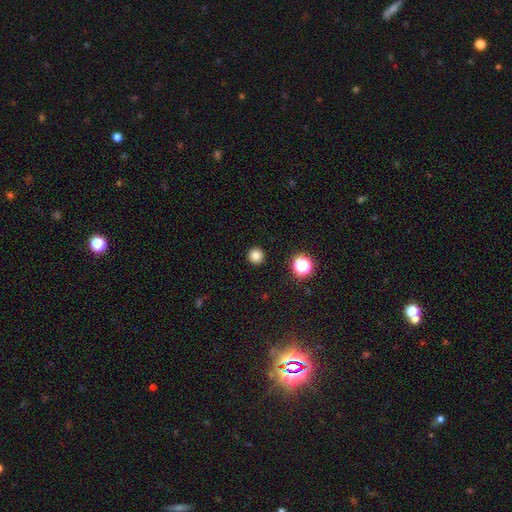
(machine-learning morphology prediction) smooth_or_featured: smooth (p=0.82) [alt: star or artifact p=0.14]
how_rounded: round (p=0.96) [alt: in between p=0.03]
merging: none (p=0.93) [alt: minor disturbance p=0.04]